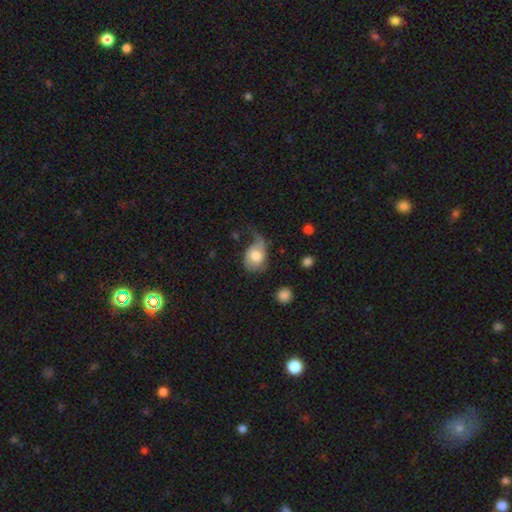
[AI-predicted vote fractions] The model was most divided on "merging": major disturbance: 38%, minor disturbance: 33%, none: 26%, merger: 4%. More confident: how rounded — in between (65%); smooth or featured — smooth (55%).